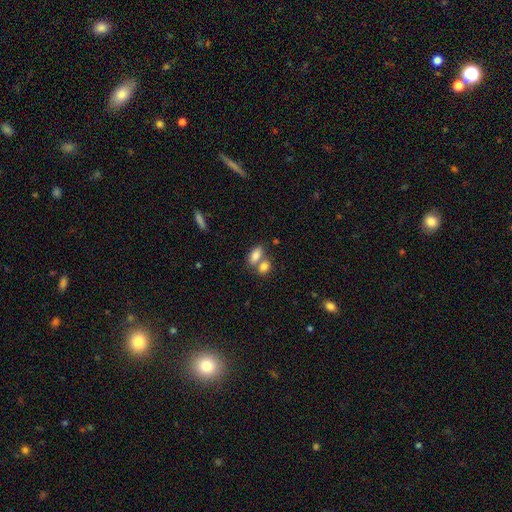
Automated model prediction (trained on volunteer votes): Q: Smooth or featured?
A: smooth (82%); runner-up: featured or disk (9%)
Q: How rounded?
A: in between (87%); runner-up: round (8%)
Q: Merging?
A: merger (49%); runner-up: none (38%)